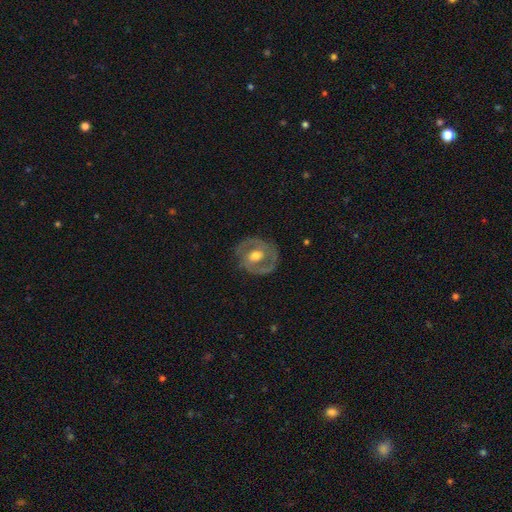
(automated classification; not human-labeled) This is likely a featured or disk galaxy (72%). It is clearly not viewed edge-on (96%). Bar: marginally no (44%). Spiral arm pattern: likely yes (66%). Central bulge: likely moderate (75%). Merging: likely none (76%).